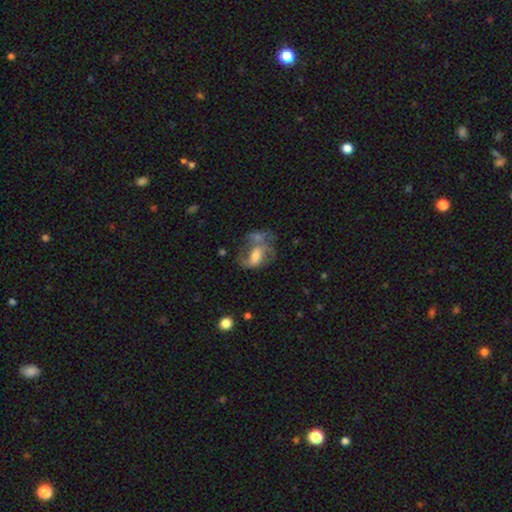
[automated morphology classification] Q: Smooth or featured?
A: featured or disk (57%); runner-up: smooth (34%)
Q: Edge-on disk?
A: no (96%); runner-up: yes (4%)
Q: Bar?
A: no (48%); runner-up: weak (38%)
Q: Spiral arms?
A: yes (62%); runner-up: no (38%)
Q: Bulge size?
A: moderate (45%); runner-up: small (25%)
Q: Merging?
A: major disturbance (34%); runner-up: none (27%)